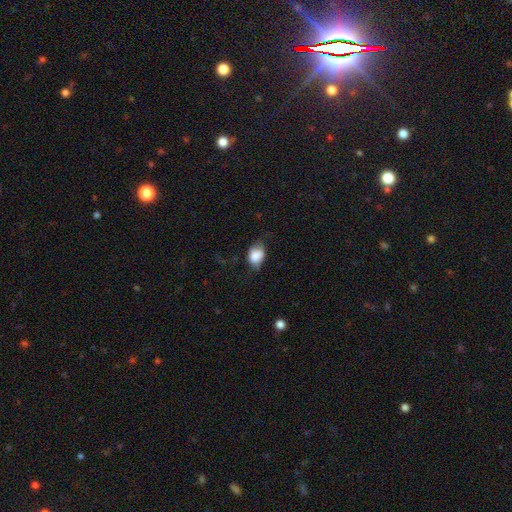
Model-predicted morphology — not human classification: The model was most divided on "merging": none: 49%, minor disturbance: 35%, major disturbance: 14%, merger: 2%. More confident: smooth or featured — smooth (82%); how rounded — in between (69%).